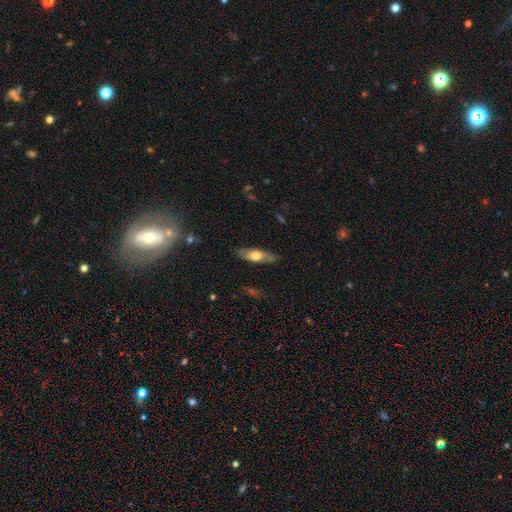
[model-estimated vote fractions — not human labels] This appears to be a smooth galaxy with no disk features (57%) that is in between round and cigar-shaped (54%). Merging: none (80%).